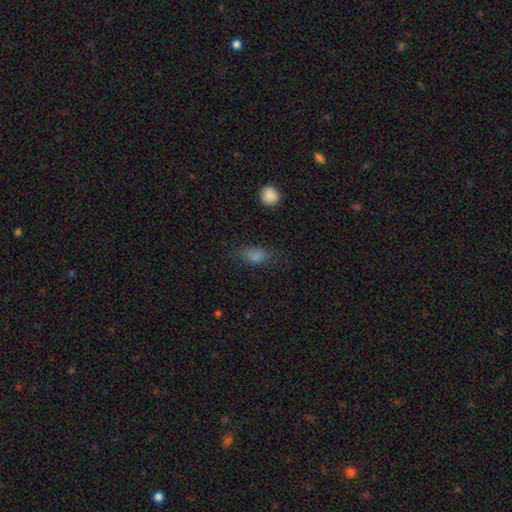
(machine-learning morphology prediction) type=smooth (76%); roundness=in between (79%); merging=none (68%).